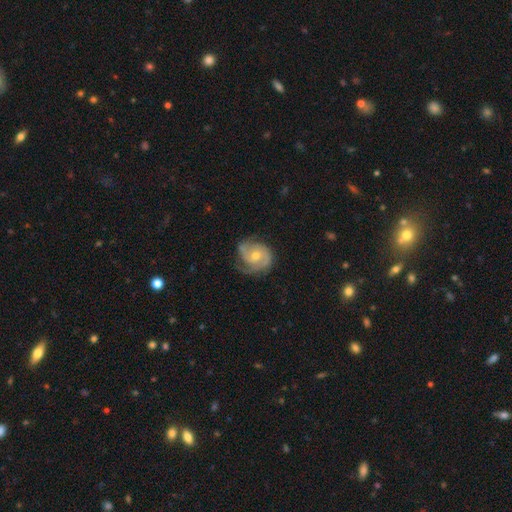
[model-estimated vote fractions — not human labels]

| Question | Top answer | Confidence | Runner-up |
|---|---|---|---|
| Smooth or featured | featured or disk | 83% | smooth (11%) |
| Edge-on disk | no | 98% | yes (2%) |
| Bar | no | 72% | weak (23%) |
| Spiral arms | yes | 96% | no (4%) |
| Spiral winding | tight | 51% | medium (38%) |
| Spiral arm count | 2 | 48% | 3 (26%) |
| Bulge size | moderate | 51% | small (46%) |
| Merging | none | 69% | minor disturbance (21%) |